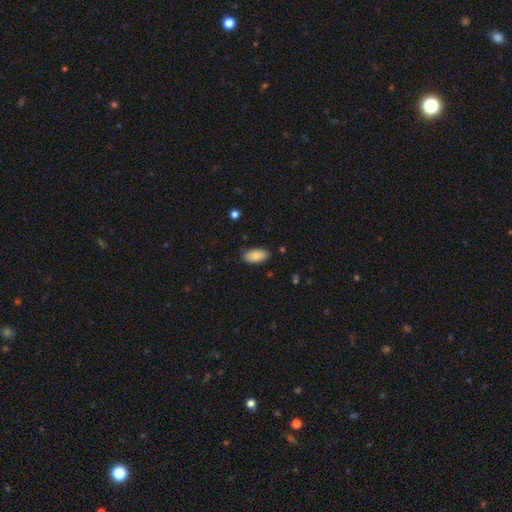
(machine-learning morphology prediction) smooth-or-featured: smooth: 86% | featured or disk: 7% | star or artifact: 6%
  how-rounded: in between: 94% | cigar-shaped: 4% | round: 2%
  merging: none: 85% | minor disturbance: 12% | major disturbance: 2% | merger: 1%